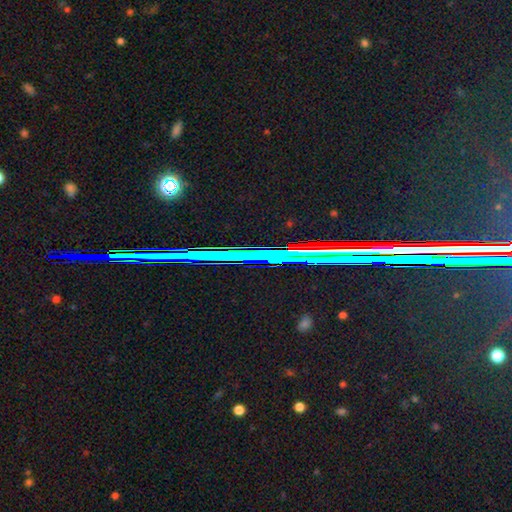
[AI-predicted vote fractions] Smooth or featured? star or artifact (78%)